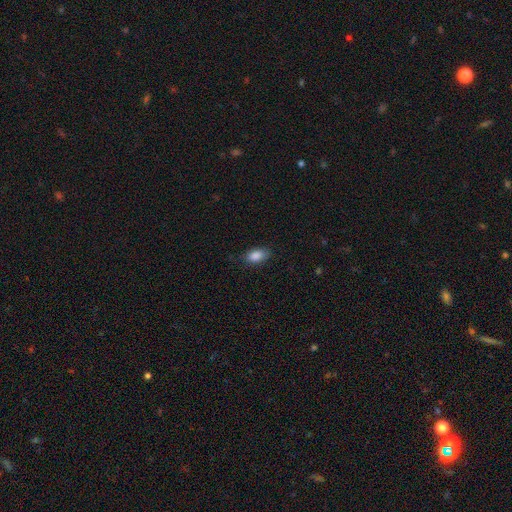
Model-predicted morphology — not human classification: This appears to be a smooth galaxy with no disk features (87%) that is in between round and cigar-shaped (90%). Merging: none (78%).